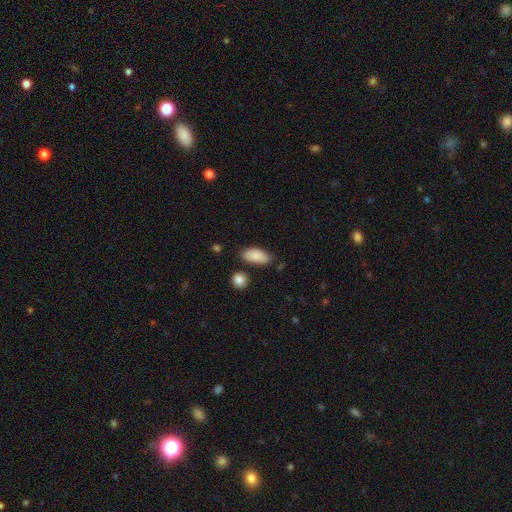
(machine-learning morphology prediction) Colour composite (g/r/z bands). It shows a smooth galaxy with no disk features (85%) that is in between round and cigar-shaped (89%). Merging: none (73%).